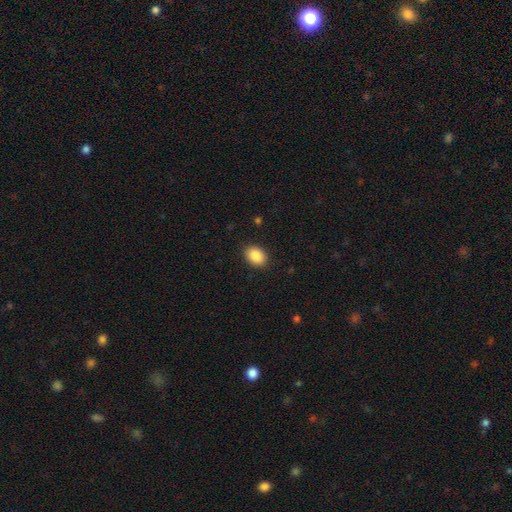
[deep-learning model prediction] Smooth or featured: smooth — 89% (star or artifact — 8%)
How rounded: in between — 73% (round — 26%)
Merging: none — 89% (minor disturbance — 8%)